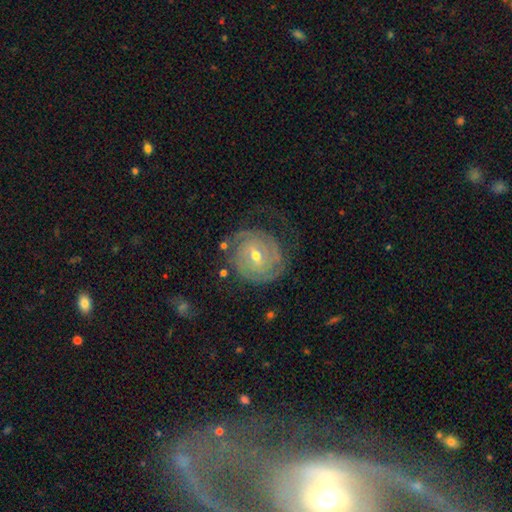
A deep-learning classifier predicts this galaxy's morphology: The model was most divided on "bulge size": moderate: 51%, small: 46%, large: 1%, none: 1%, dominant: 1%. Remaining: edge-on disk — no (97%); spiral arms — yes (96%); smooth or featured — featured or disk (86%); spiral winding — tight (77%); merging — none (71%); bar — weak (48%); spiral arm count — 2 (41%).